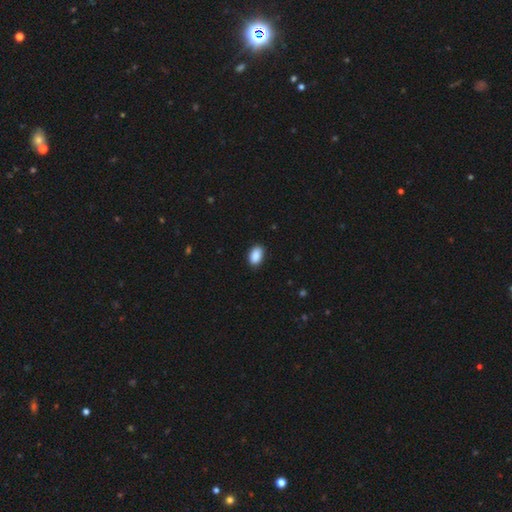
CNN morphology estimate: A smooth galaxy with no disk features (90%) that is in between round and cigar-shaped (91%).

Vote fractions:
- Smooth or featured? smooth: 90% / star or artifact: 7% / featured or disk: 3%
- How rounded? in between: 91% / round: 7% / cigar-shaped: 1%
- Merging? none: 88% / minor disturbance: 9% / major disturbance: 2% / merger: 1%